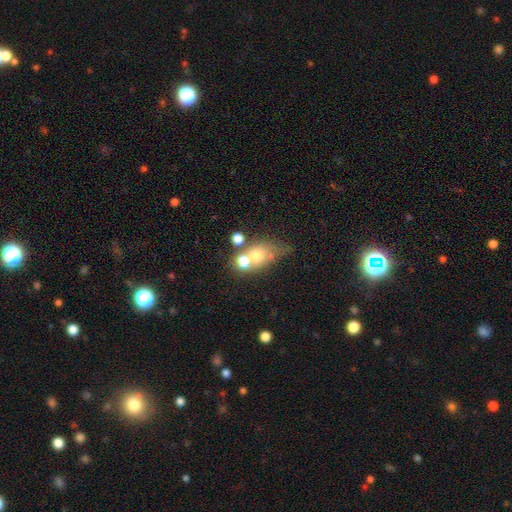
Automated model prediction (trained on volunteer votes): smooth 59%, featured or disk 26%, star or artifact 15%. Down the decision tree: how rounded — in between (49%); merging — merger (40%).